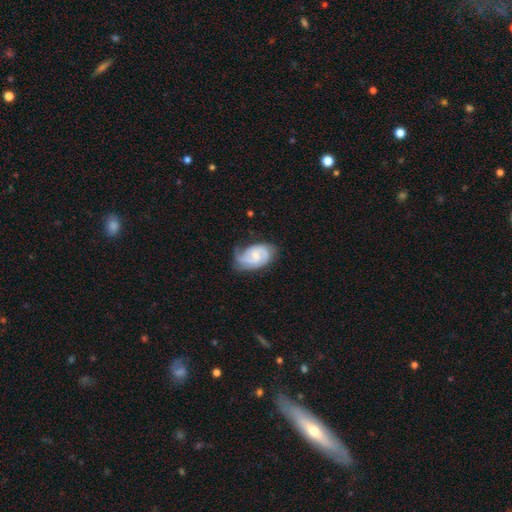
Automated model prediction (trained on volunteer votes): This is likely a featured or disk galaxy (78%). It is clearly not viewed edge-on (97%). Bar: possibly weak (52%). Spiral arm pattern: clearly yes (96%). Spiral arm count: likely 2 (60%). Spiral winding: possibly tight (45%). Central bulge: possibly small (50%). Merging: possibly none (57%).